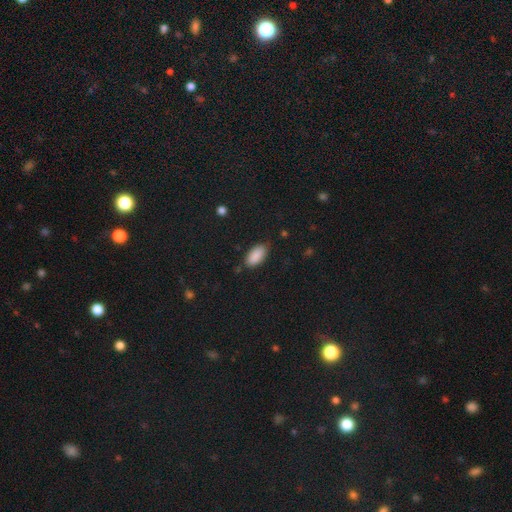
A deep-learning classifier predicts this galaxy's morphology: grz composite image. It shows a smooth galaxy with no disk features (89%) that is in between round and cigar-shaped (93%). Merging: none (80%).